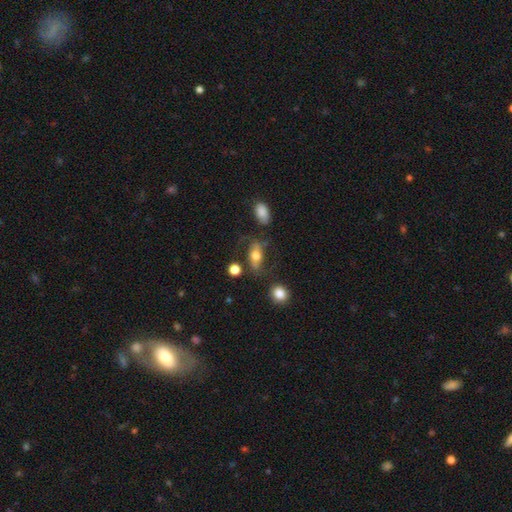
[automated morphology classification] This is possibly a smooth galaxy (51%). How rounded: likely in between (78%). Merging: possibly none (58%).